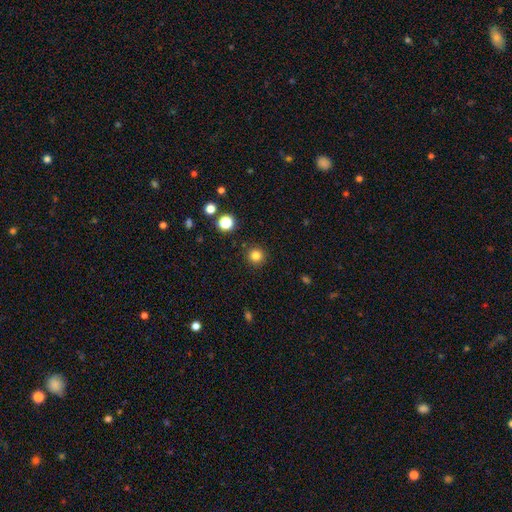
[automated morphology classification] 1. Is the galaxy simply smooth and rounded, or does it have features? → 82% smooth, 13% star or artifact, 5% featured or disk.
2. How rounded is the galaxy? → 95% round, 4% in between, 1% cigar-shaped.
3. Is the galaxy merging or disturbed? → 91% none, 5% minor disturbance, 2% major disturbance, 2% merger.